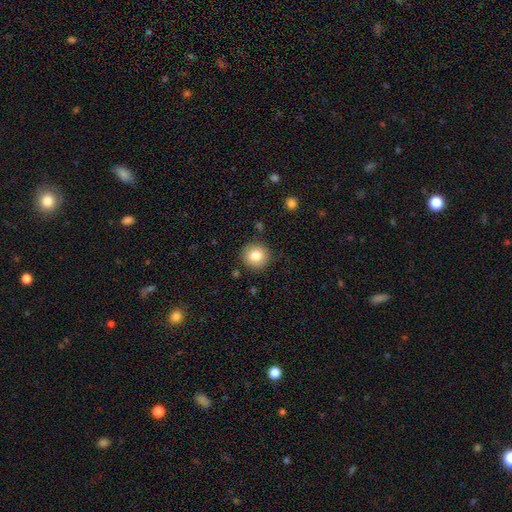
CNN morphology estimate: smooth_or_featured: smooth (p=0.82) [alt: star or artifact p=0.09]
how_rounded: round (p=0.92) [alt: in between p=0.07]
merging: none (p=0.89) [alt: minor disturbance p=0.07]